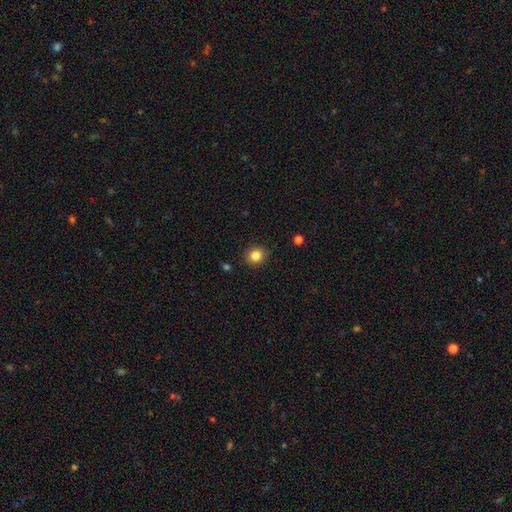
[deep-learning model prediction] smooth-or-featured: smooth: 84% | star or artifact: 11% | featured or disk: 5%
  how-rounded: round: 79% | in between: 20% | cigar-shaped: 1%
  merging: none: 89% | minor disturbance: 8% | major disturbance: 2% | merger: 1%